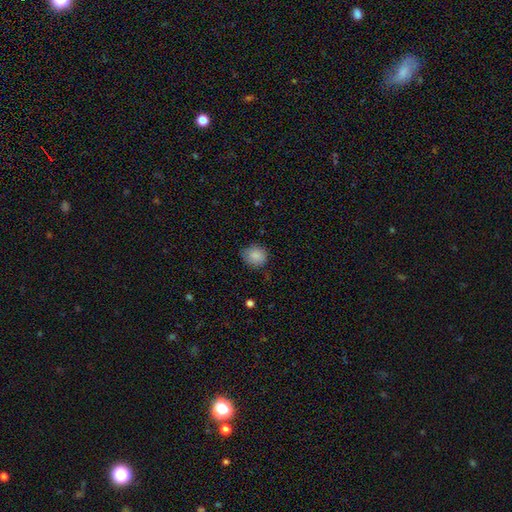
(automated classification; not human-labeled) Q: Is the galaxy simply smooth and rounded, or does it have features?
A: smooth — 87%.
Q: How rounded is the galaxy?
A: round — 74%.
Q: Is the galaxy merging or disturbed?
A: none — 79%.